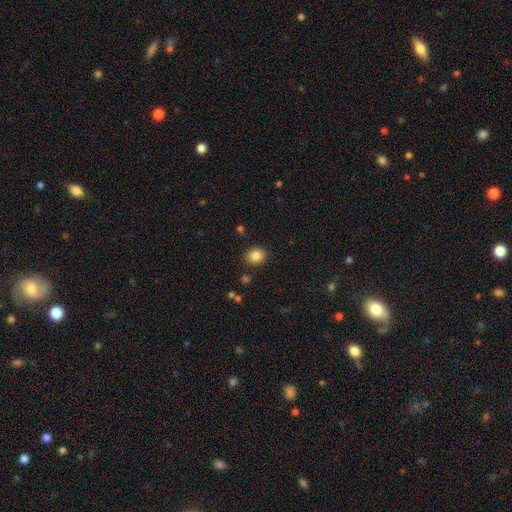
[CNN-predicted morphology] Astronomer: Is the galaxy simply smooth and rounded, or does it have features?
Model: smooth — 85%.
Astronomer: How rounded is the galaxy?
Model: round — 72%.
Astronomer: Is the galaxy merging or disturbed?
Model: none — 87%.